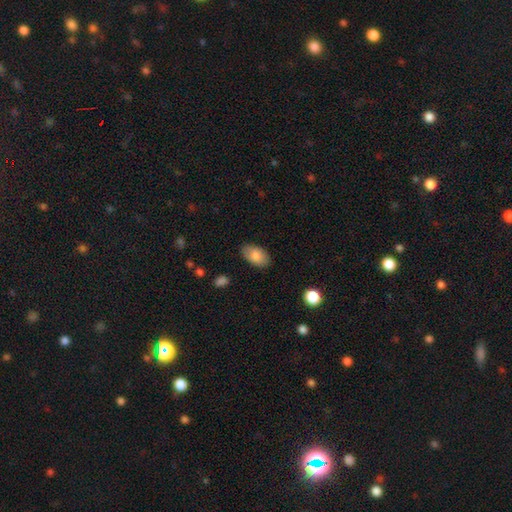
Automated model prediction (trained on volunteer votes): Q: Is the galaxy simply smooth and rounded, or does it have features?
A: smooth — 85%.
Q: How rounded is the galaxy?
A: in between — 93%.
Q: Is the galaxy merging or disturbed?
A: none — 83%.